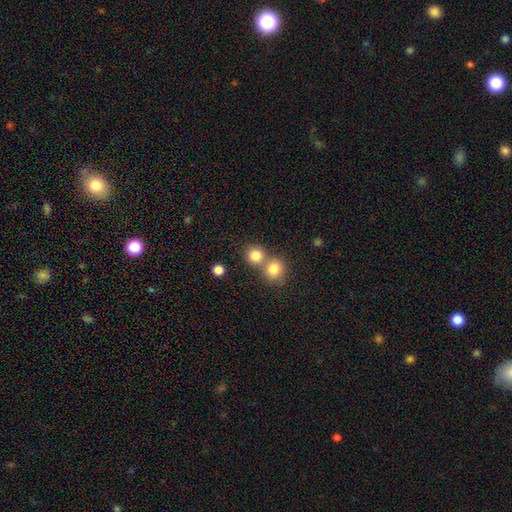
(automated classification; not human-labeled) A smooth galaxy with no disk features (82%) that is round (87%).

Vote fractions:
- Smooth or featured? smooth: 82% / star or artifact: 11% / featured or disk: 7%
- How rounded? round: 87% / in between: 12% / cigar-shaped: 1%
- Merging? none: 52% / merger: 40% / minor disturbance: 6% / major disturbance: 2%